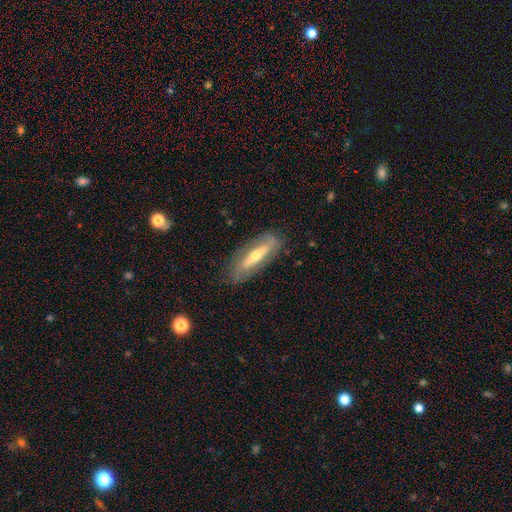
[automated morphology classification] smooth_or_featured: featured or disk (p=0.63) [alt: smooth p=0.30]
disk_edge_on: no (p=0.59) [alt: yes p=0.41]
merging: none (p=0.79) [alt: minor disturbance p=0.15]